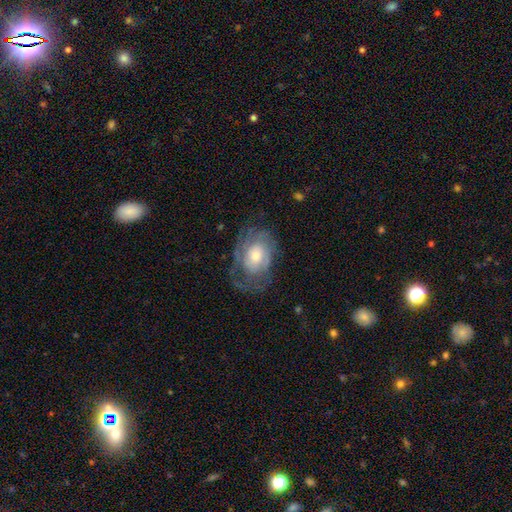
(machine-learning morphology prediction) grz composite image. It shows a featured or disk galaxy (68%) with no bar (76%), tight (54%) spiral arms (79%) and a moderate central bulge (52%). Merging: none (56%).